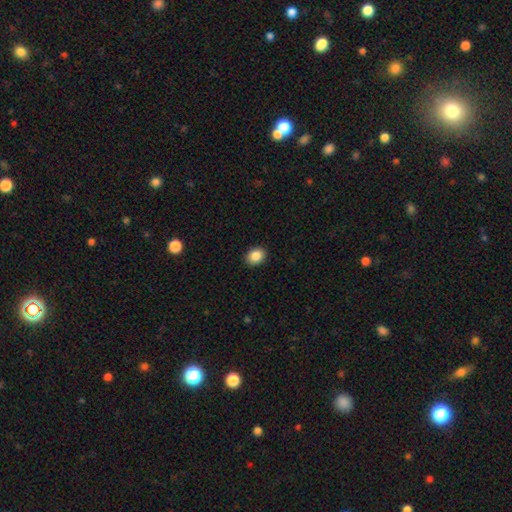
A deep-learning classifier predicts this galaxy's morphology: A smooth galaxy with no disk features (87%) that is in between round and cigar-shaped (54%). Merging: none (91%).